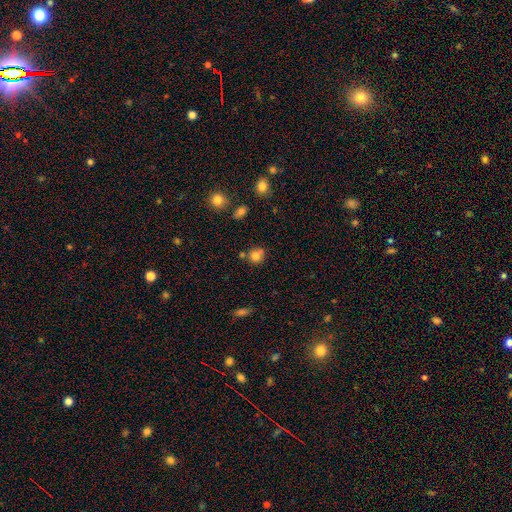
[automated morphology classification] The model was most divided on "merging": none: 61%, minor disturbance: 18%, merger: 17%, major disturbance: 5%. More confident: smooth or featured — smooth (80%); how rounded — round (79%).